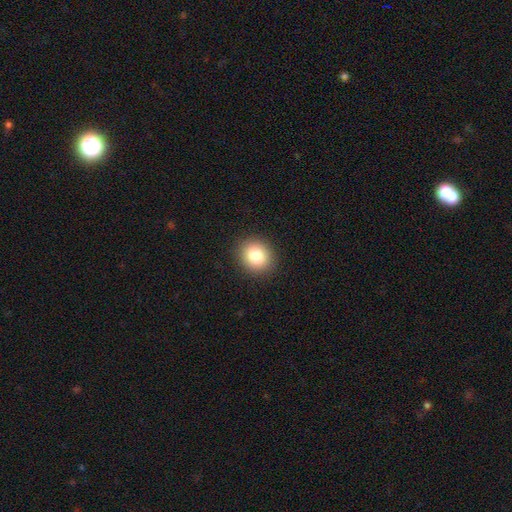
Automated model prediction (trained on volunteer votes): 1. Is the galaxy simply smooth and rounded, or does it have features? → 83% smooth, 10% star or artifact, 7% featured or disk.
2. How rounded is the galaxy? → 75% round, 24% in between, 1% cigar-shaped.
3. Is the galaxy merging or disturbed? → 90% none, 7% minor disturbance, 2% major disturbance, 1% merger.